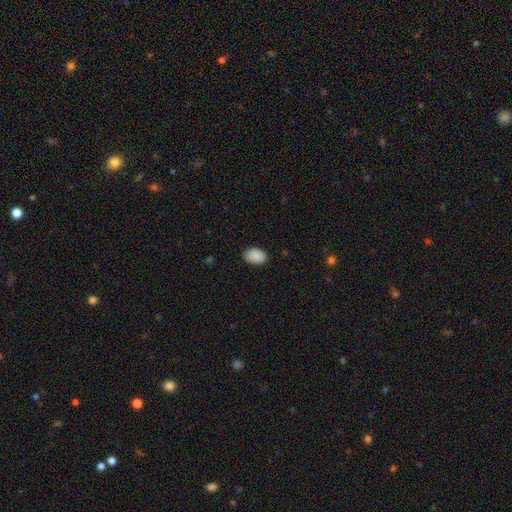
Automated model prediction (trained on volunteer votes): smooth 90%, star or artifact 7%, featured or disk 4%. Down the decision tree: how rounded — in between (86%); merging — none (85%).